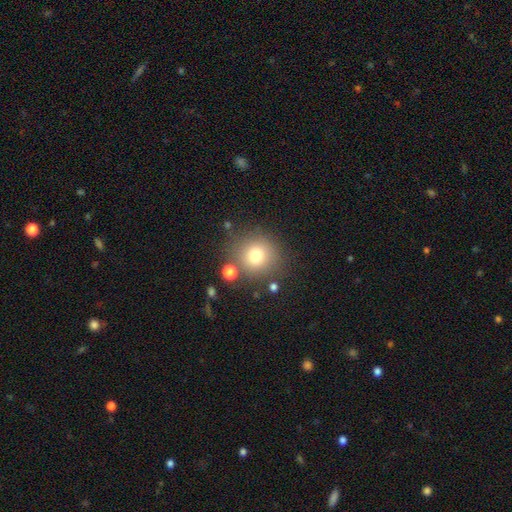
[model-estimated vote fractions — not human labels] A smooth galaxy with no disk features (75%) that is round (91%).

Vote fractions:
- Smooth or featured? smooth: 75% / star or artifact: 14% / featured or disk: 11%
- How rounded? round: 91% / in between: 8% / cigar-shaped: 1%
- Merging? none: 79% / minor disturbance: 11% / merger: 6% / major disturbance: 5%